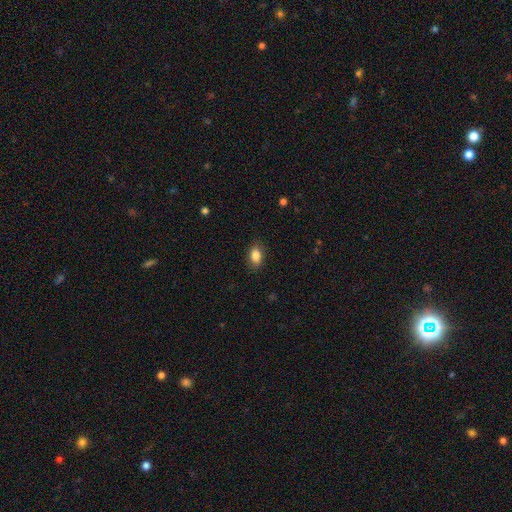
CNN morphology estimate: Smooth or featured?
  - smooth: 85% *
  - star or artifact: 8%
  - featured or disk: 7%
How rounded?
  - in between: 85% *
  - round: 13%
  - cigar-shaped: 2%
Merging?
  - none: 85% *
  - minor disturbance: 11%
  - major disturbance: 3%
  - merger: 1%